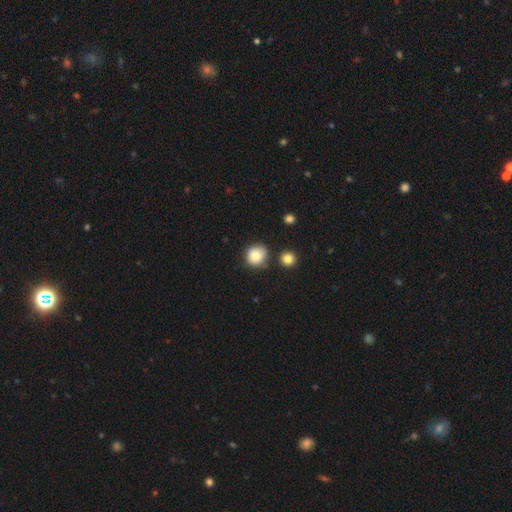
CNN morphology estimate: The model was most divided on "merging": none: 79%, minor disturbance: 12%, merger: 6%, major disturbance: 3%. More confident: how rounded — round (88%); smooth or featured — smooth (82%).